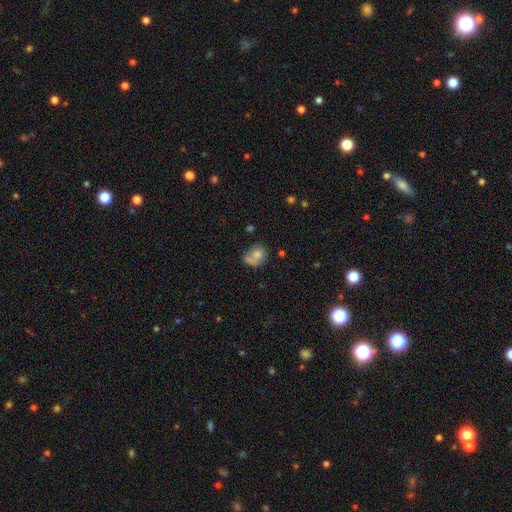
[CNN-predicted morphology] smooth-or-featured: smooth: 71% | featured or disk: 19% | star or artifact: 10%
  how-rounded: round: 59% | in between: 40% | cigar-shaped: 1%
  merging: none: 37% | merger: 31% | minor disturbance: 19% | major disturbance: 13%